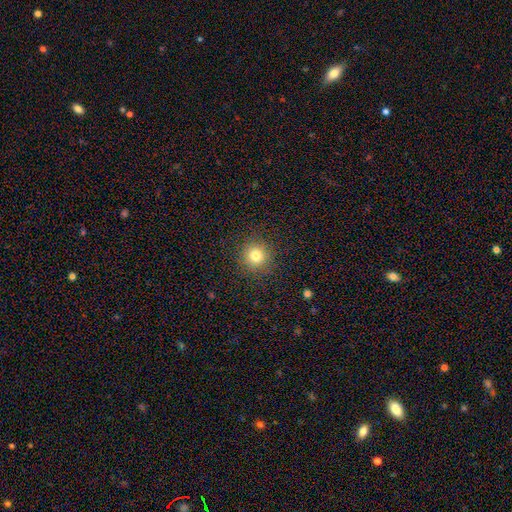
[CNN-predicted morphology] This appears to be a smooth galaxy with no disk features (79%) that is round (94%). Merging: none (89%).